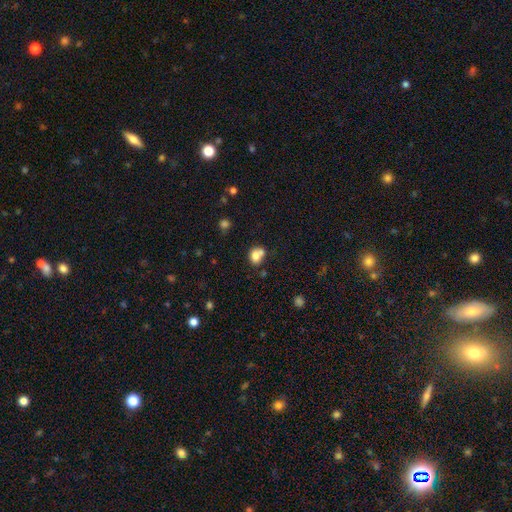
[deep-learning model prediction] smooth-or-featured: smooth: 77% | featured or disk: 12% | star or artifact: 11%
  how-rounded: round: 57% | in between: 42% | cigar-shaped: 1%
  merging: none: 41% | merger: 38% | minor disturbance: 16% | major disturbance: 6%